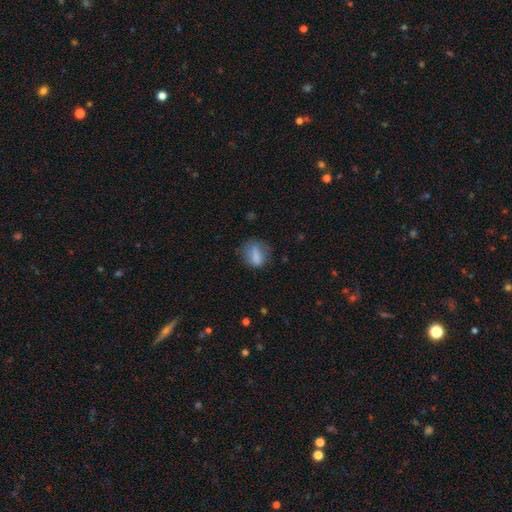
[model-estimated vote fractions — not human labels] smooth_or_featured: smooth (p=0.74) [alt: featured or disk p=0.16]
how_rounded: in between (p=0.61) [alt: round p=0.29]
merging: none (p=0.60) [alt: minor disturbance p=0.24]